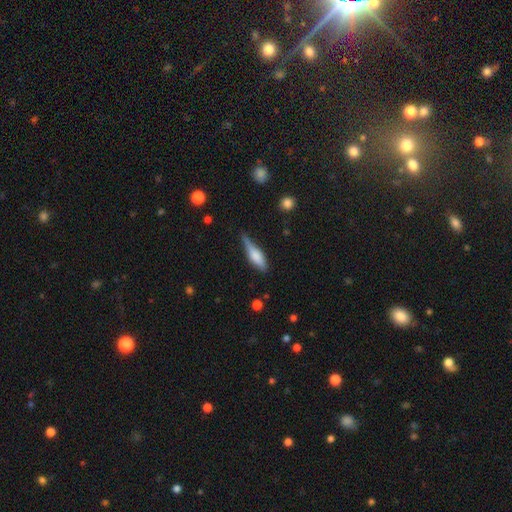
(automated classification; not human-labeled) smooth 62%, featured or disk 31%, star or artifact 7%. Down the decision tree: how rounded — cigar-shaped (58%); merging — none (55%).